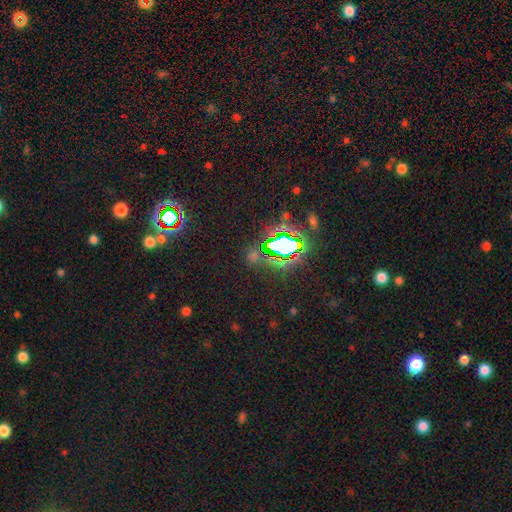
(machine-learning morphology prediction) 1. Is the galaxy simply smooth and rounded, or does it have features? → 75% star or artifact, 16% smooth, 9% featured or disk.